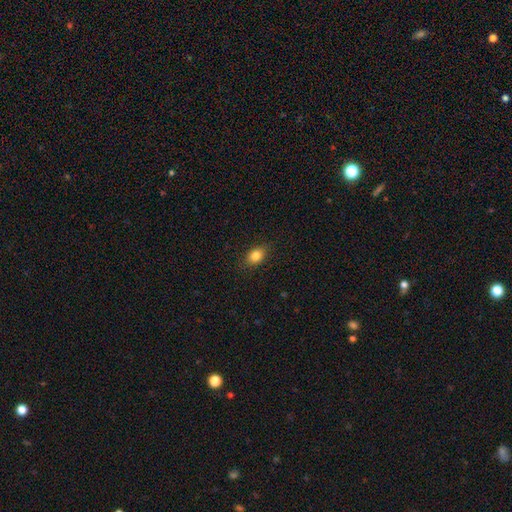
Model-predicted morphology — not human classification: Q: Smooth or featured?
A: smooth (83%); runner-up: star or artifact (9%)
Q: How rounded?
A: in between (74%); runner-up: round (24%)
Q: Merging?
A: none (84%); runner-up: minor disturbance (12%)